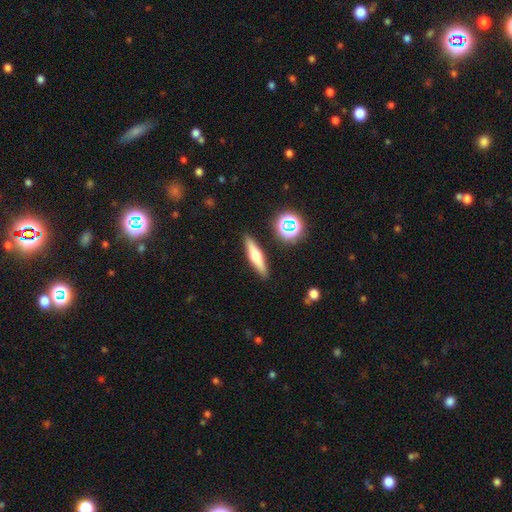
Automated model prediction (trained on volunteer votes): Morphology: type=smooth (46%); merging=none (89%).